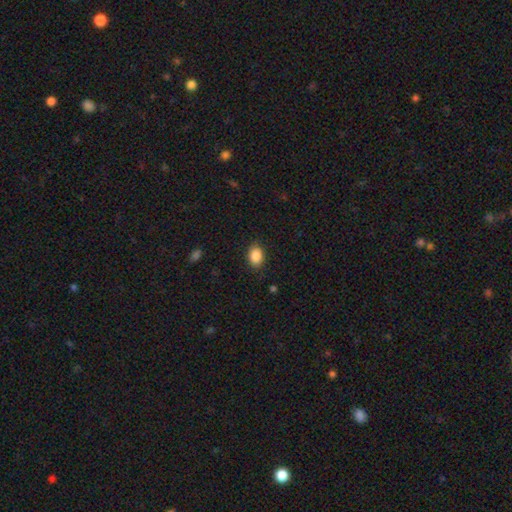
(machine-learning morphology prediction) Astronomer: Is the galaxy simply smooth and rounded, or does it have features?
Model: smooth — 88%.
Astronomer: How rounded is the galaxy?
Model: in between — 77%.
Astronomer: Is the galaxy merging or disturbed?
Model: none — 86%.